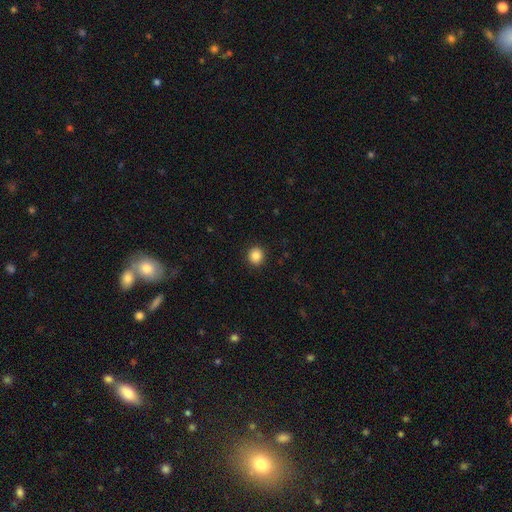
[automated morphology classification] This is clearly a smooth galaxy (86%). How rounded: clearly round (89%). Merging: clearly none (92%).